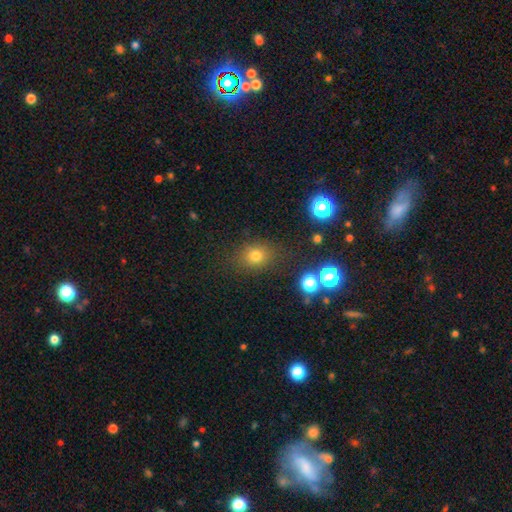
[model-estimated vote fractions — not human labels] A smooth galaxy with no disk features (74%) that is round (58%).

Vote fractions:
- Smooth or featured? smooth: 74% / star or artifact: 17% / featured or disk: 9%
- How rounded? round: 58% / in between: 41% / cigar-shaped: 1%
- Merging? none: 80% / minor disturbance: 12% / major disturbance: 5% / merger: 3%